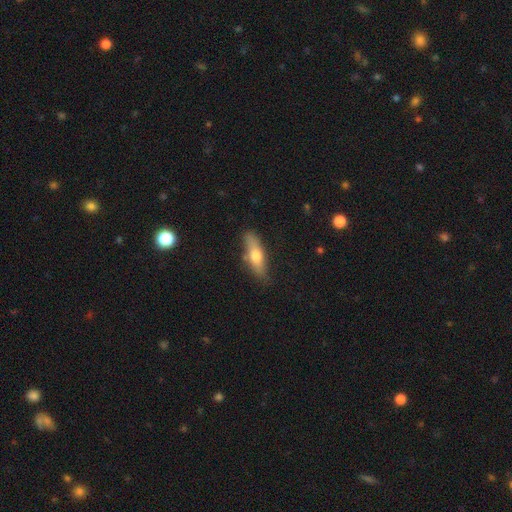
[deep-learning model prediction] The model was most divided on "how rounded": cigar-shaped: 53%, in between: 44%, round: 3%. More confident: merging — none (76%); smooth or featured — smooth (63%).